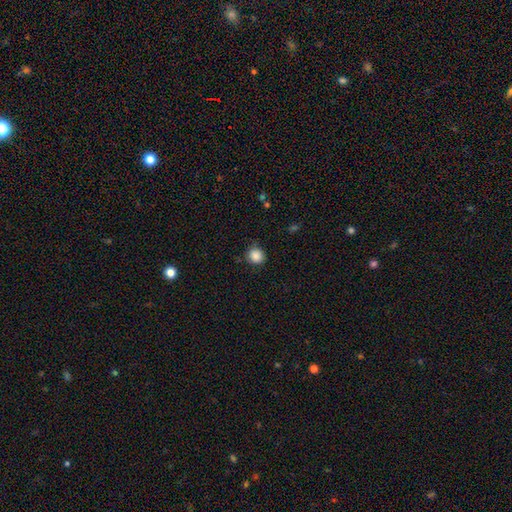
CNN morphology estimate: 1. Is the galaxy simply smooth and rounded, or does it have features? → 87% smooth, 10% star or artifact, 4% featured or disk.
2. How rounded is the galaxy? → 85% round, 14% in between, 1% cigar-shaped.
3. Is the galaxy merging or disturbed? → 79% none, 16% minor disturbance, 3% major disturbance, 1% merger.